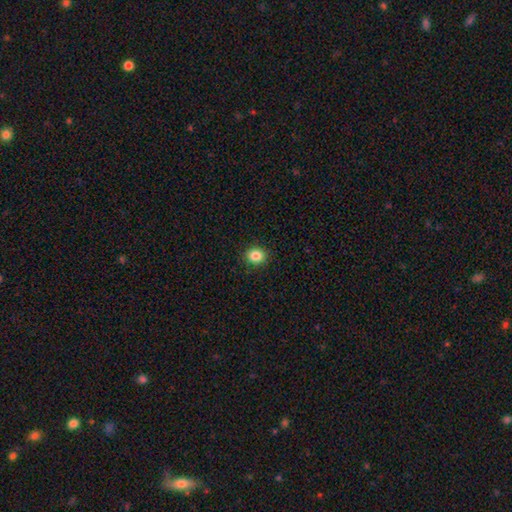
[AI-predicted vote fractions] Q: Smooth or featured?
A: smooth (85%); runner-up: star or artifact (10%)
Q: How rounded?
A: round (63%); runner-up: in between (37%)
Q: Merging?
A: none (90%); runner-up: minor disturbance (7%)